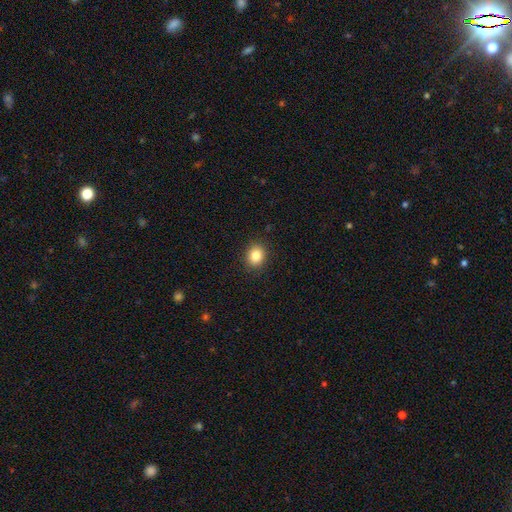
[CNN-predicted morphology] smooth_or_featured: smooth (p=0.84) [alt: star or artifact p=0.10]
how_rounded: round (p=0.67) [alt: in between p=0.32]
merging: none (p=0.90) [alt: minor disturbance p=0.07]